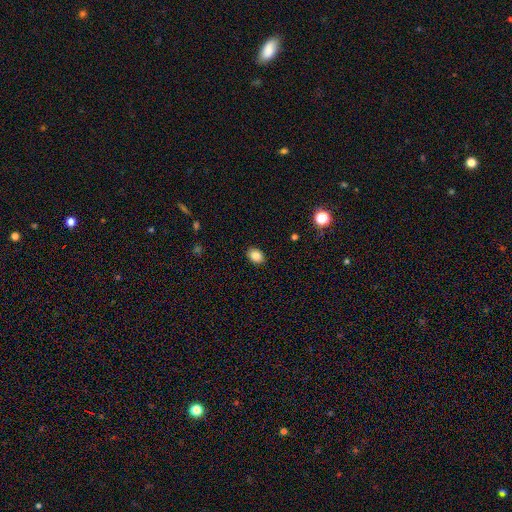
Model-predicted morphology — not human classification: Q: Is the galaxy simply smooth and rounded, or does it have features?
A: smooth — 84%.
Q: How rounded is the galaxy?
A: in between — 70%.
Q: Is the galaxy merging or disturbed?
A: none — 90%.